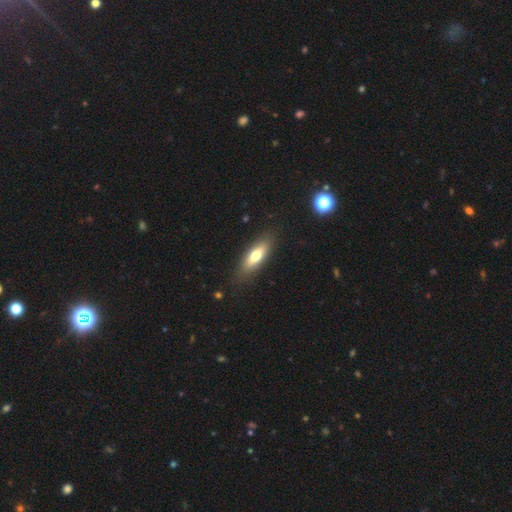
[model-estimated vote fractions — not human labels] Smooth or featured: smooth — 67% (featured or disk — 27%)
How rounded: in between — 58% (cigar-shaped — 40%)
Merging: none — 85% (minor disturbance — 11%)